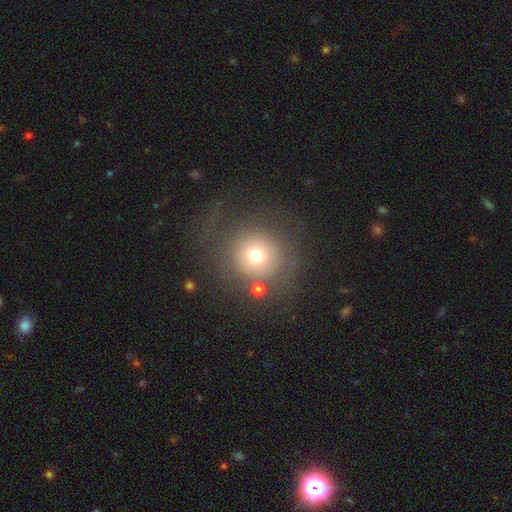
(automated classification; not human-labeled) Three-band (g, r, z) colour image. It shows a smooth galaxy with no disk features (68%) that is round (93%). Merging: none (69%).